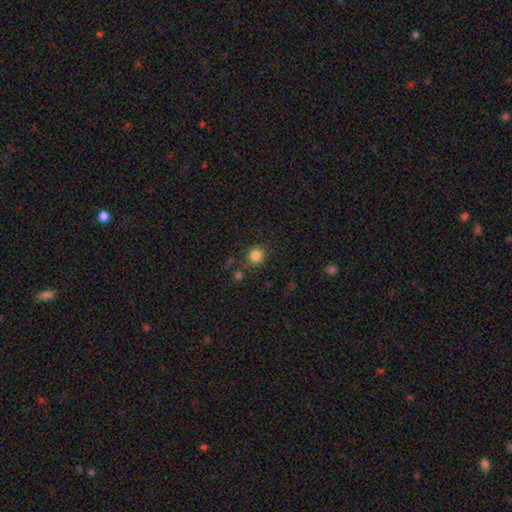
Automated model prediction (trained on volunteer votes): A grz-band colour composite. It shows a smooth galaxy with no disk features (83%) that is round (88%). Merging: none (78%).